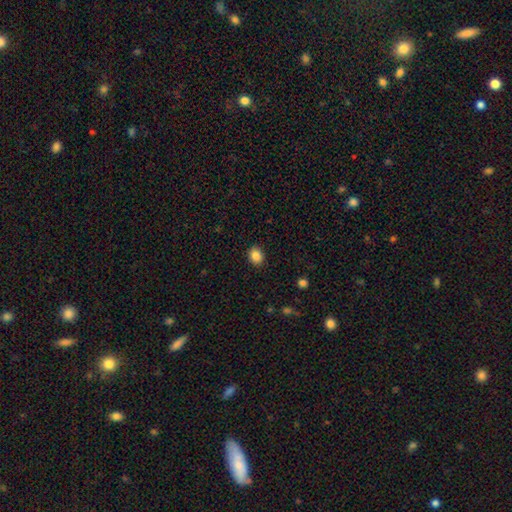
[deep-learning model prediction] This is clearly a smooth galaxy (86%). How rounded: possibly in between (51%). Merging: clearly none (90%).